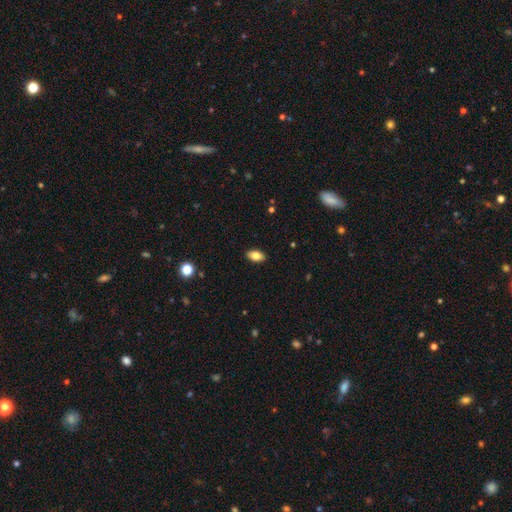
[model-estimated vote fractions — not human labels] smooth 83%, featured or disk 9%, star or artifact 8%. Down the decision tree: how rounded — in between (92%); merging — none (90%).